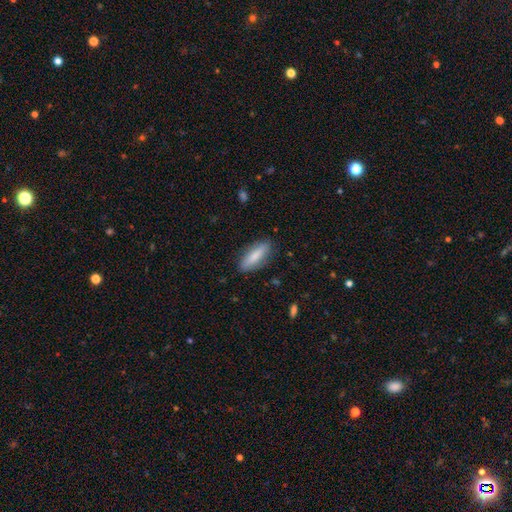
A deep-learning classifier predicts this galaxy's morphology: smooth_or_featured: smooth (p=0.80) [alt: featured or disk p=0.15]
how_rounded: in between (p=0.59) [alt: cigar-shaped p=0.39]
merging: none (p=0.84) [alt: minor disturbance p=0.13]